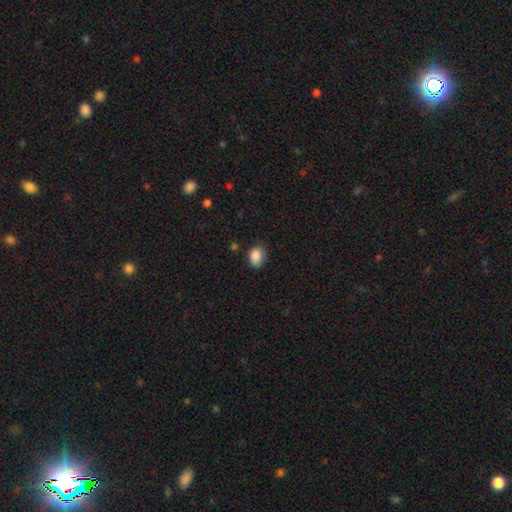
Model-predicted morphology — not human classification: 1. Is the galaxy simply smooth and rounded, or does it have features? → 86% smooth, 9% star or artifact, 5% featured or disk.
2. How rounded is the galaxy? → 64% in between, 35% round, 1% cigar-shaped.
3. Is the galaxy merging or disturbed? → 69% none, 24% minor disturbance, 4% major disturbance, 2% merger.